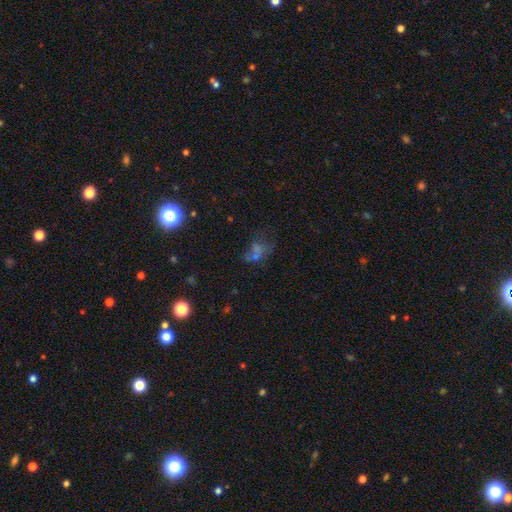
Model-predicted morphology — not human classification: smooth_or_featured: smooth (p=0.38) [alt: star or artifact p=0.37]
merging: none (p=0.44) [alt: merger p=0.21]